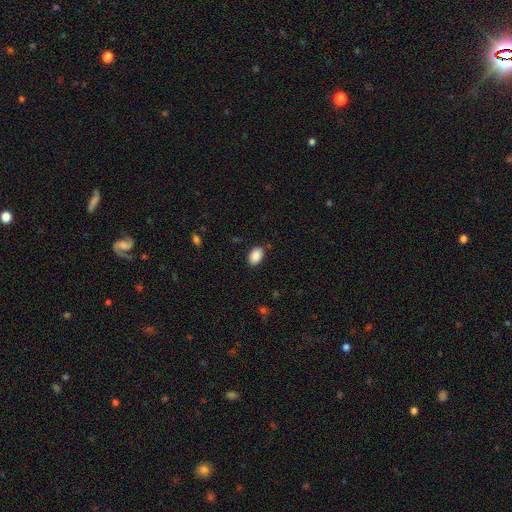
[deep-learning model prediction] smooth_or_featured: smooth (p=0.87) [alt: star or artifact p=0.07]
how_rounded: in between (p=0.87) [alt: round p=0.12]
merging: none (p=0.85) [alt: minor disturbance p=0.12]